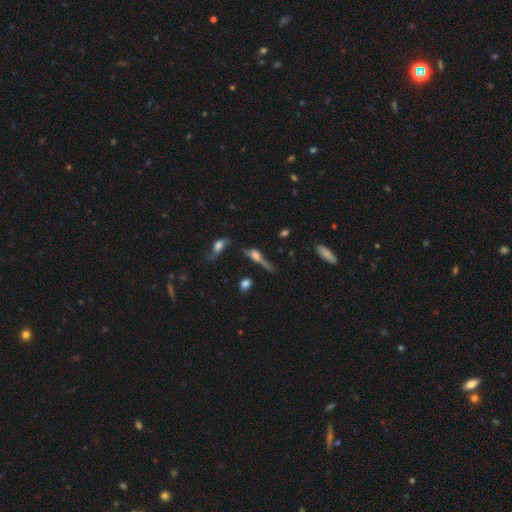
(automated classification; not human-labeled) This appears to be a featured or disk galaxy (52%) viewed edge-on (72%). Merging: none (36%).